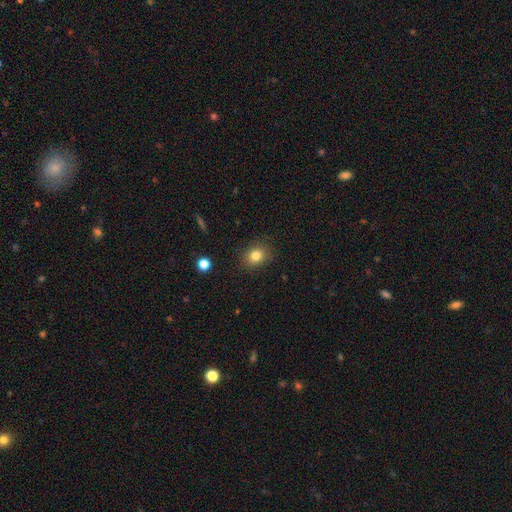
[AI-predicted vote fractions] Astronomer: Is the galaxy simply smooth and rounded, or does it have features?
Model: smooth — 82%.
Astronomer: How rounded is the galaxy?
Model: round — 59% (runner-up: in between, 40%).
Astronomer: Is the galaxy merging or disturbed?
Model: none — 87%.